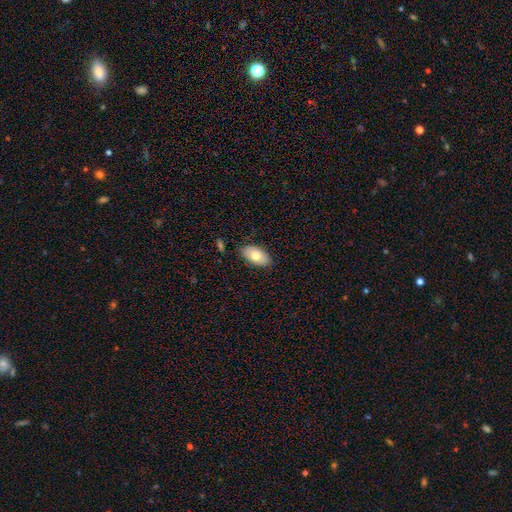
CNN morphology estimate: This appears to be a smooth galaxy with no disk features (73%) that is in between round and cigar-shaped (94%). Merging: none (85%).